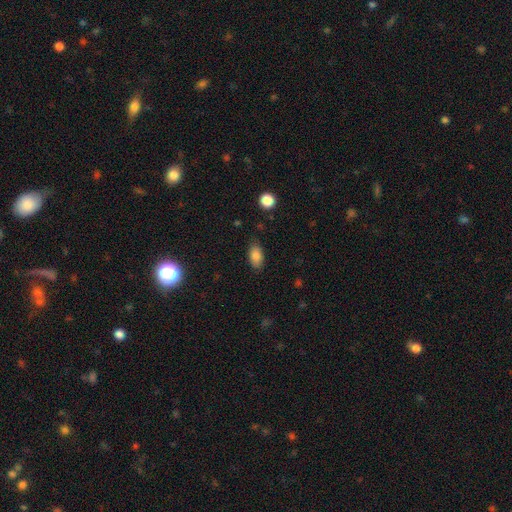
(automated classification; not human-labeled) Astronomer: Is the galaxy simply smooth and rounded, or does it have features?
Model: smooth — 84%.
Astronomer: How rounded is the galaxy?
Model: in between — 91%.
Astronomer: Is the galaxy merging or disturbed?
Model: none — 82%.